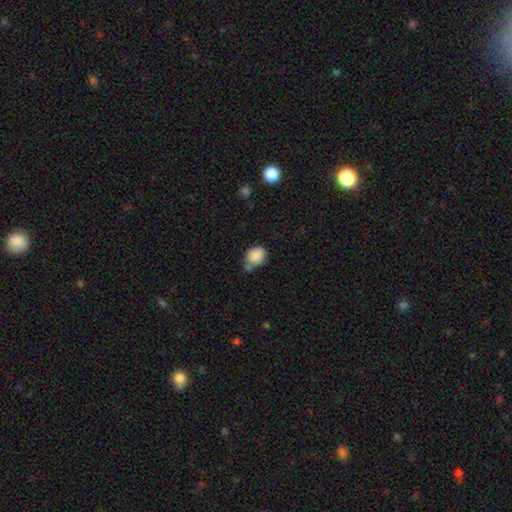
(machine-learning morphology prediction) Smooth or featured?
  - smooth: 86% *
  - star or artifact: 9%
  - featured or disk: 5%
How rounded?
  - round: 62% *
  - in between: 37%
  - cigar-shaped: 1%
Merging?
  - none: 49% *
  - minor disturbance: 23%
  - merger: 21%
  - major disturbance: 7%